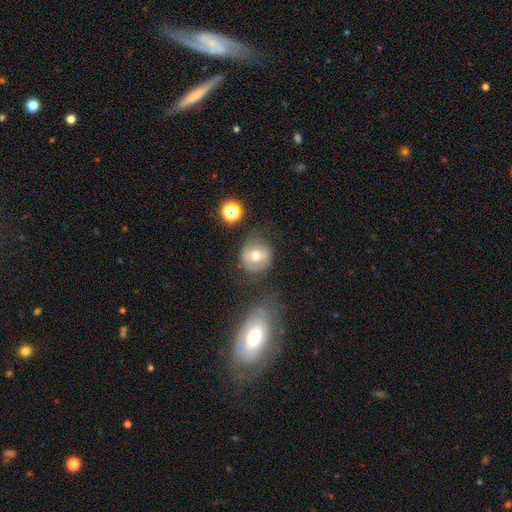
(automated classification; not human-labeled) This appears to be a smooth galaxy with no disk features (59%) that is round (81%). Merging: none (55%).